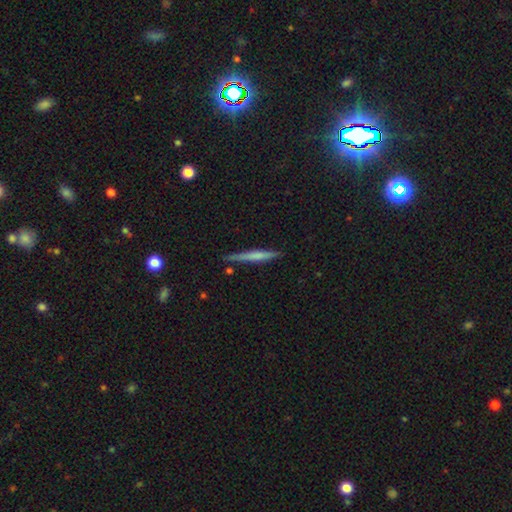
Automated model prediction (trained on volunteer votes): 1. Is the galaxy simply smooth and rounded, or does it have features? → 48% smooth, 46% featured or disk, 6% star or artifact.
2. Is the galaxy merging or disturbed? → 85% none, 11% minor disturbance, 2% merger, 2% major disturbance.